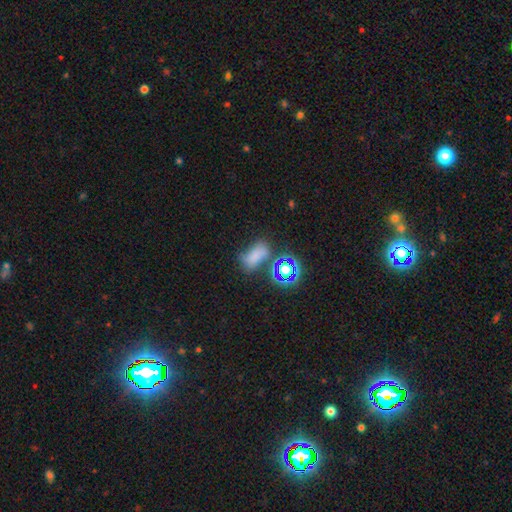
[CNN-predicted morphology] Overall: smooth (60%; star or artifact 26%). How rounded: in between (81%). Merging: none (45%; minor disturbance 23%).